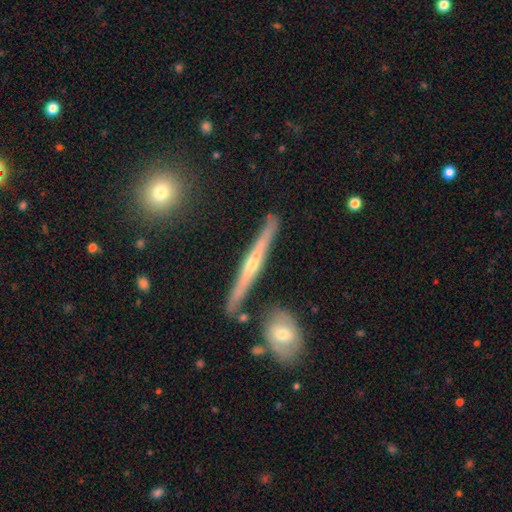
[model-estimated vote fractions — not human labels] A featured or disk galaxy (74%) viewed edge-on (95%) with a rounded central bulge (66%).

Vote fractions:
- Smooth or featured? featured or disk: 74% / smooth: 19% / star or artifact: 7%
- Edge-on disk? yes: 95% / no: 5%
- Edge-on bulge? rounded: 66% / none: 28% / boxy: 5%
- Merging? none: 84% / minor disturbance: 10% / merger: 4% / major disturbance: 2%